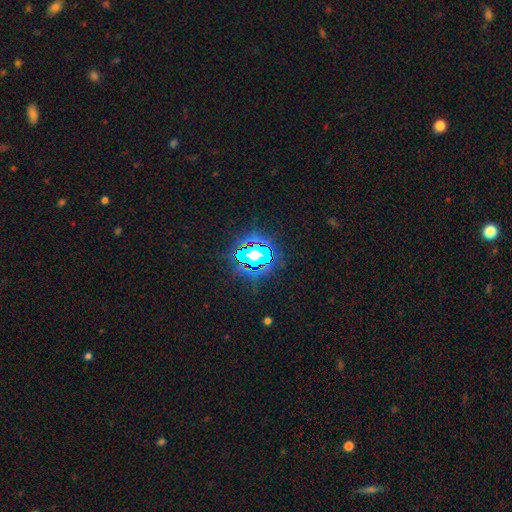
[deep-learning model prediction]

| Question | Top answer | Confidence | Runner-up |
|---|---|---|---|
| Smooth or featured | star or artifact | 80% | smooth (13%) |